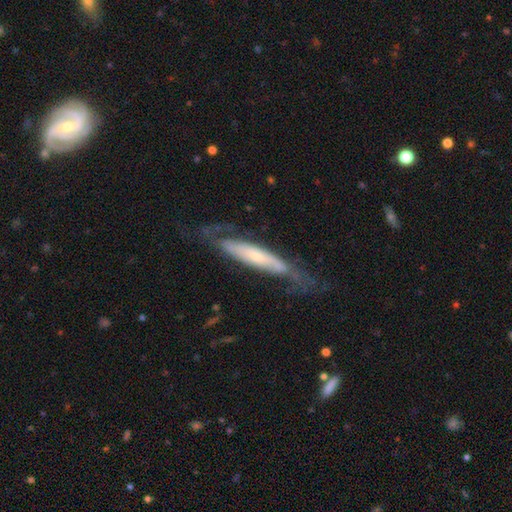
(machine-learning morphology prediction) type=featured or disk (68%); edge-on=no (52%); merging=none (61%).